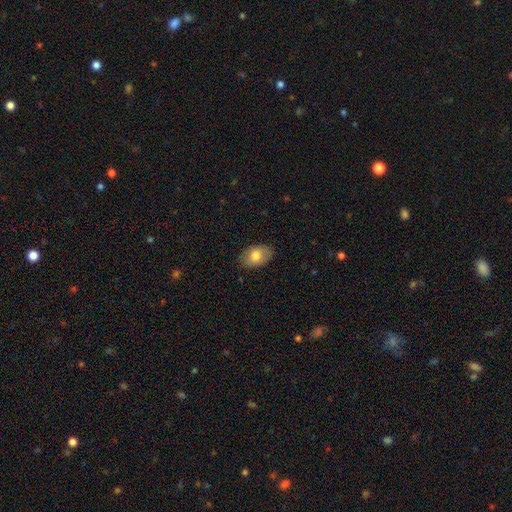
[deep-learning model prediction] Smooth or featured: smooth — 77% (featured or disk — 17%)
How rounded: in between — 88% (round — 11%)
Merging: none — 83% (minor disturbance — 13%)